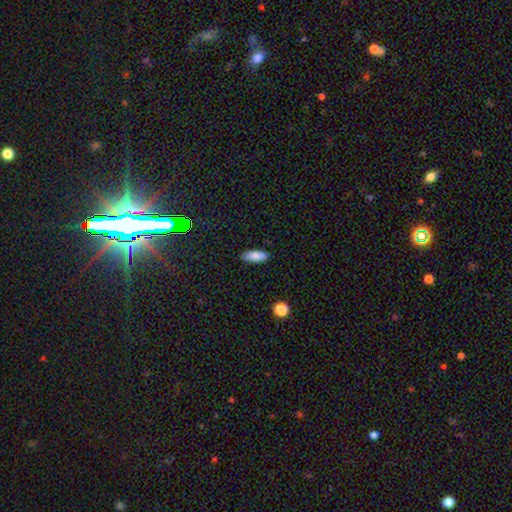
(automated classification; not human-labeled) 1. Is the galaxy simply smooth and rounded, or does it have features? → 85% smooth, 8% star or artifact, 7% featured or disk.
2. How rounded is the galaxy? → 69% in between, 29% cigar-shaped, 2% round.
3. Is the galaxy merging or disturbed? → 87% none, 10% minor disturbance, 2% major disturbance, 1% merger.